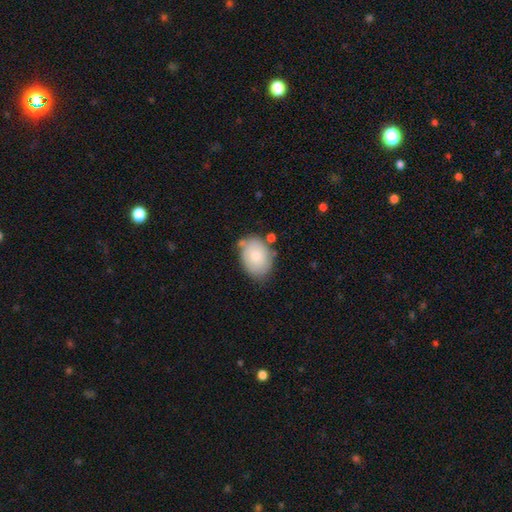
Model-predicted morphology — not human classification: This appears to be a smooth galaxy with no disk features (74%) that is in between round and cigar-shaped (73%). Merging: none (65%).